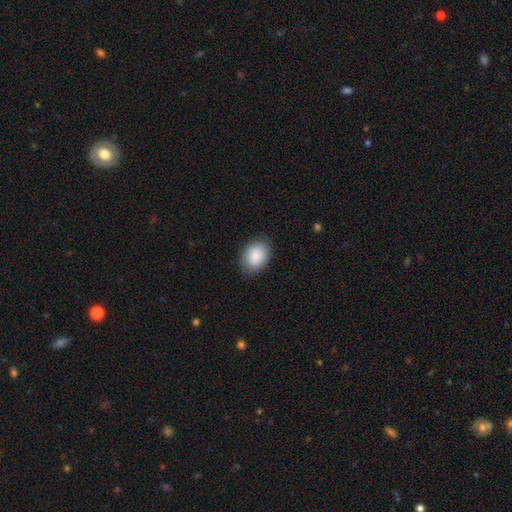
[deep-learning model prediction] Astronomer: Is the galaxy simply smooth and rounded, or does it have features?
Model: smooth — 88%.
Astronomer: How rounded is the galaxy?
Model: in between — 72%.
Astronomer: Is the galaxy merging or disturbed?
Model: none — 85%.